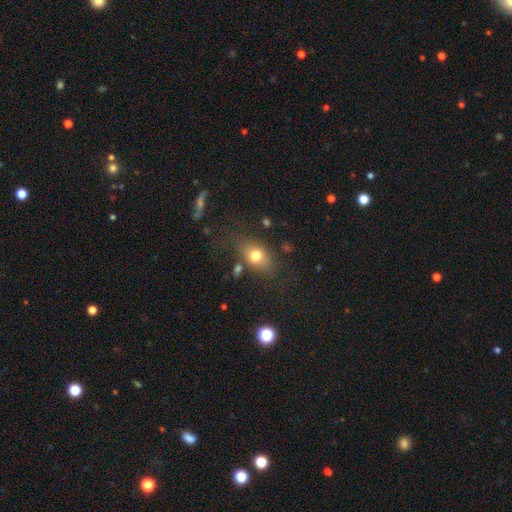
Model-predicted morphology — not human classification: A smooth galaxy with no disk features (74%) that is in between round and cigar-shaped (70%).

Vote fractions:
- Smooth or featured? smooth: 74% / featured or disk: 14% / star or artifact: 12%
- How rounded? in between: 70% / round: 26% / cigar-shaped: 3%
- Merging? none: 70% / minor disturbance: 17% / major disturbance: 8% / merger: 5%